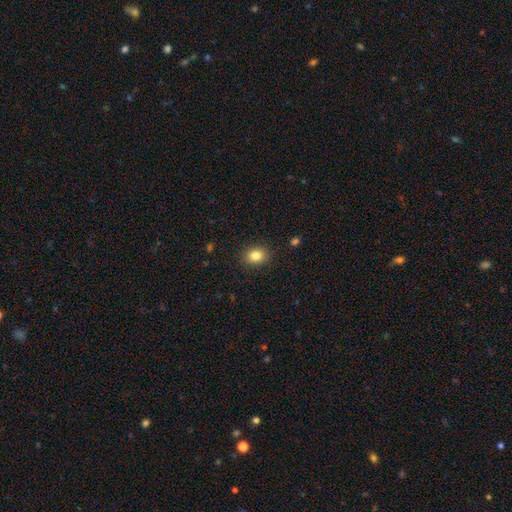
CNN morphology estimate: A smooth galaxy with no disk features (84%) that is round (50%).

Vote fractions:
- Smooth or featured? smooth: 84% / star or artifact: 10% / featured or disk: 6%
- How rounded? round: 50% / in between: 49% / cigar-shaped: 1%
- Merging? none: 89% / minor disturbance: 8% / major disturbance: 2% / merger: 1%